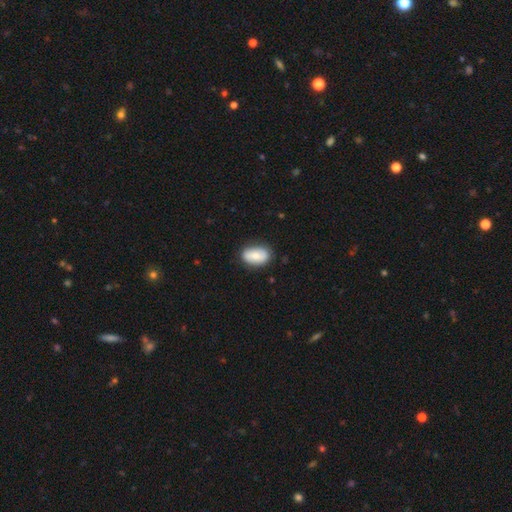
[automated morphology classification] This appears to be a smooth galaxy with no disk features (72%) that is in between round and cigar-shaped (88%). Merging: none (81%).